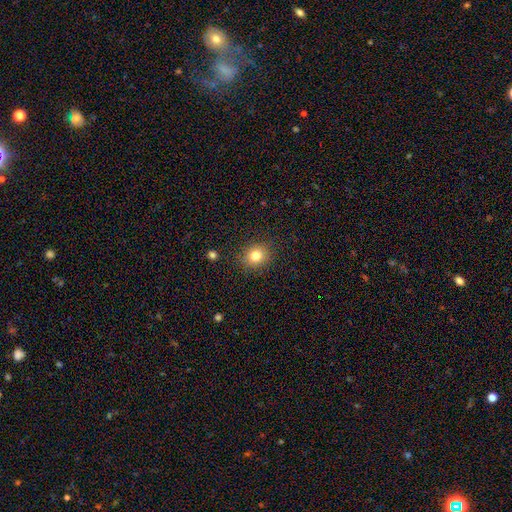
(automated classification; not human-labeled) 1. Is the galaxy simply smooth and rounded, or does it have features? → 81% smooth, 12% star or artifact, 7% featured or disk.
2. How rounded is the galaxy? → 80% round, 19% in between, 1% cigar-shaped.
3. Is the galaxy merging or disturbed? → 88% none, 8% minor disturbance, 3% major disturbance, 1% merger.